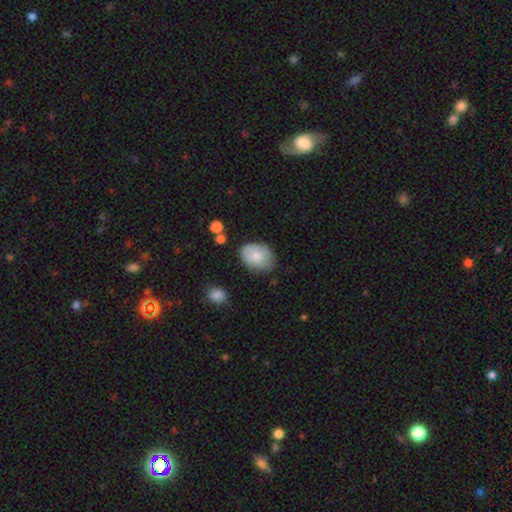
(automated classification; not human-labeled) A smooth galaxy with no disk features (76%) that is in between round and cigar-shaped (74%).

Vote fractions:
- Smooth or featured? smooth: 76% / featured or disk: 18% / star or artifact: 7%
- How rounded? in between: 74% / round: 25% / cigar-shaped: 1%
- Merging? none: 70% / minor disturbance: 23% / major disturbance: 5% / merger: 2%